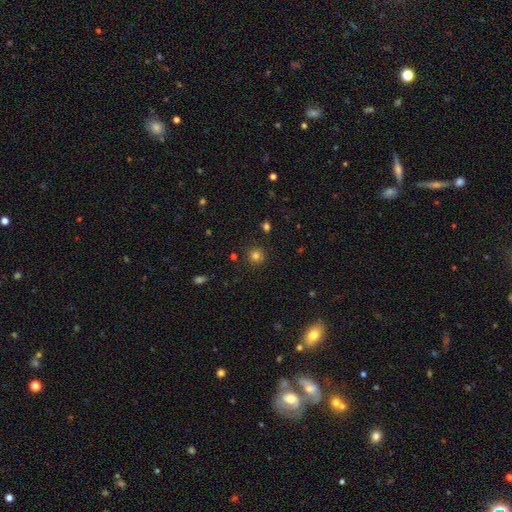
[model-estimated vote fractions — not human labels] Smooth or featured: smooth — 81% (star or artifact — 14%)
How rounded: round — 92% (in between — 7%)
Merging: none — 88% (minor disturbance — 8%)